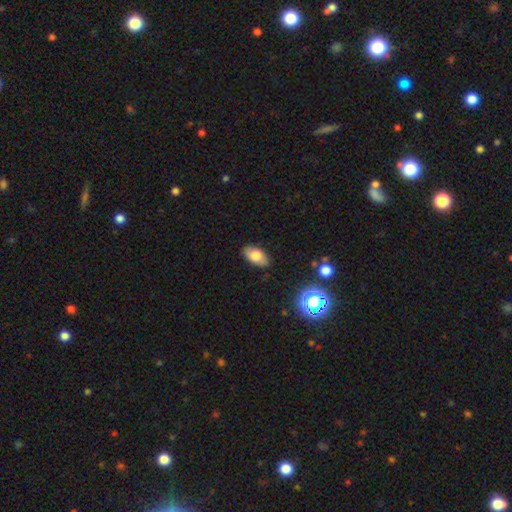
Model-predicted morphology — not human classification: smooth 72%, featured or disk 19%, star or artifact 9%. Down the decision tree: how rounded — in between (92%); merging — none (84%).